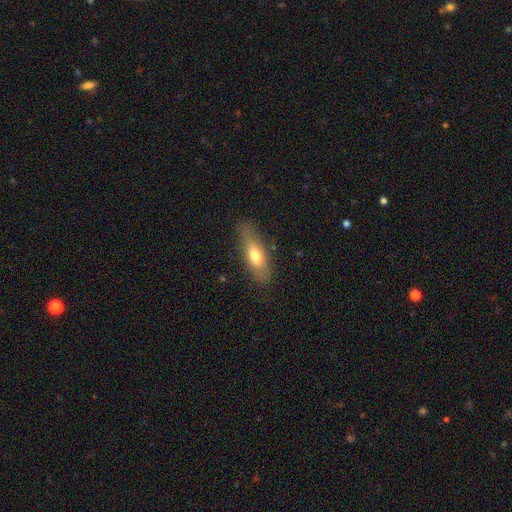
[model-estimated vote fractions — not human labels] Smooth or featured? Predicted: smooth (p=0.67). How rounded? Predicted: in between (p=0.65). Merging? Predicted: none (p=0.70).